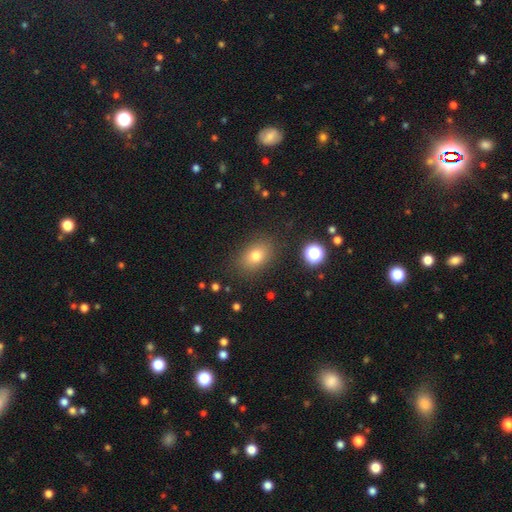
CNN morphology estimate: smooth 76%, star or artifact 13%, featured or disk 11%. Down the decision tree: how rounded — in between (71%); merging — none (85%).